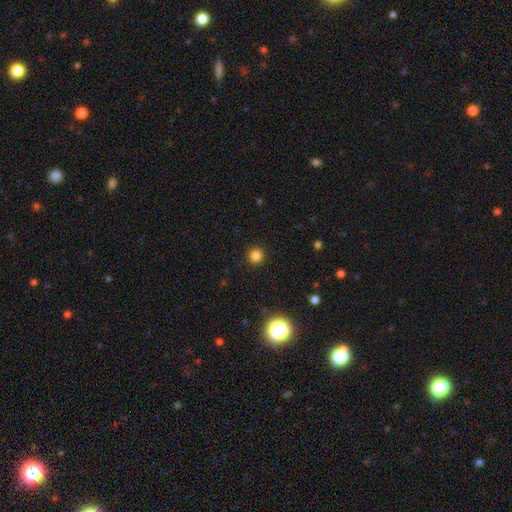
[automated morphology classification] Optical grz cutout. It shows a smooth galaxy with no disk features (82%) that is round (93%). Merging: none (92%).